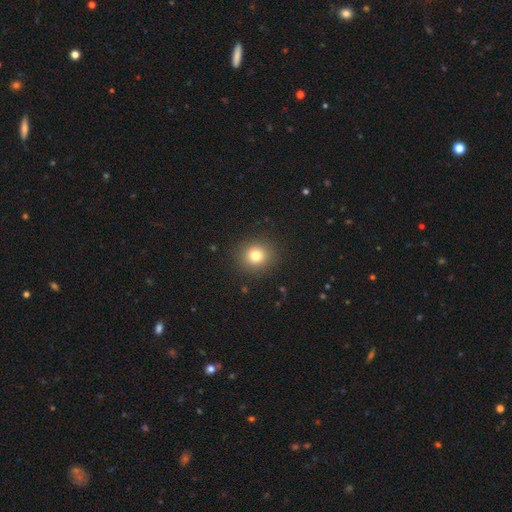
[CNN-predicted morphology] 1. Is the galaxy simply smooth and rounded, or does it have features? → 78% smooth, 13% star or artifact, 8% featured or disk.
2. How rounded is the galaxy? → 88% round, 11% in between, 1% cigar-shaped.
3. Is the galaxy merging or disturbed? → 89% none, 7% minor disturbance, 3% major disturbance, 1% merger.